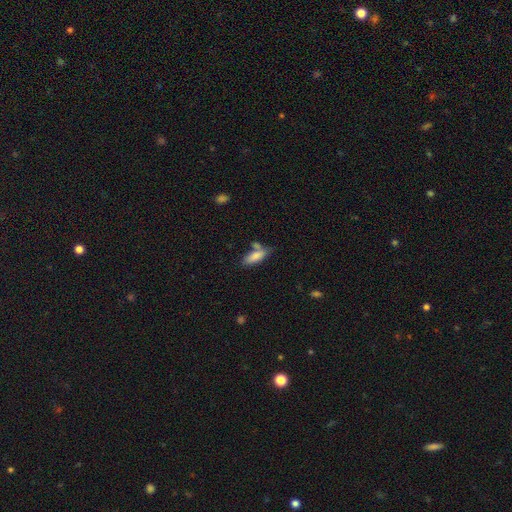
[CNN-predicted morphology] type=smooth (82%); roundness=in between (63%); merging=none (54%).